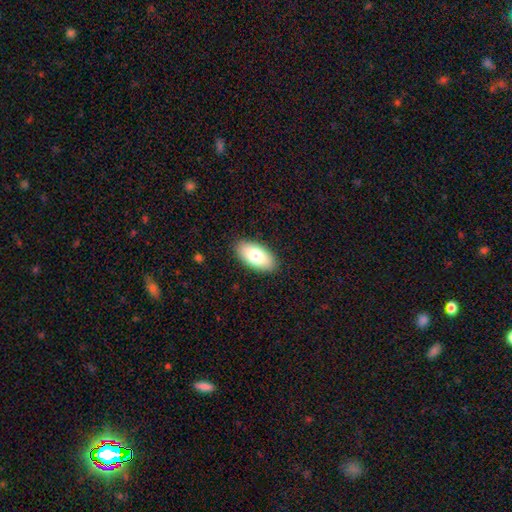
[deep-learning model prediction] A smooth galaxy with no disk features (78%) that is in between round and cigar-shaped (94%). Merging: none (89%).